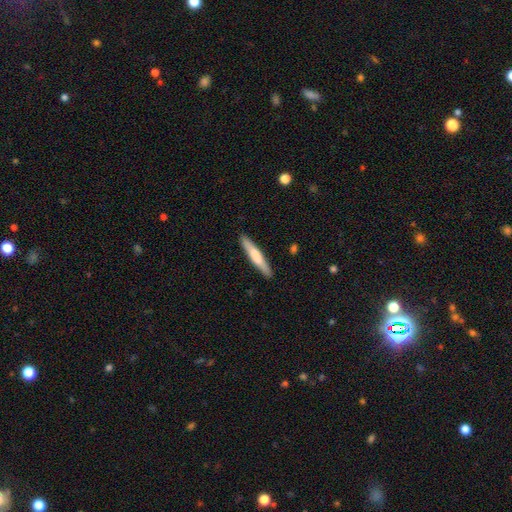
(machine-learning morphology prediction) Smooth or featured?
  - smooth: 61% *
  - featured or disk: 34%
  - star or artifact: 5%
How rounded?
  - cigar-shaped: 92% *
  - in between: 7%
  - round: 1%
Merging?
  - none: 89% *
  - minor disturbance: 8%
  - major disturbance: 2%
  - merger: 1%